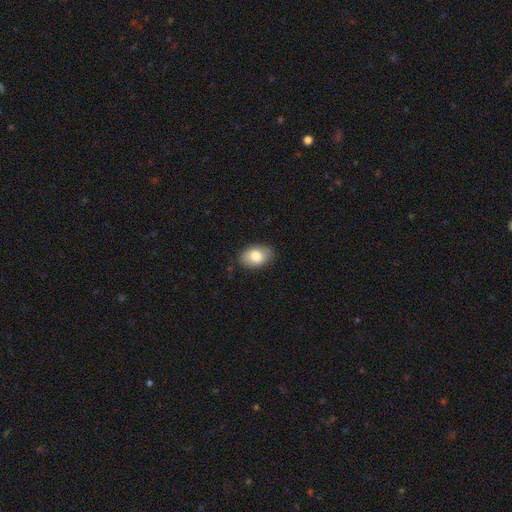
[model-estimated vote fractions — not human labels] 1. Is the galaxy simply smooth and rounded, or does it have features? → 81% smooth, 12% featured or disk, 7% star or artifact.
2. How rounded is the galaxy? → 85% in between, 14% round, 1% cigar-shaped.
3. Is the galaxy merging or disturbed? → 85% none, 12% minor disturbance, 2% major disturbance, 1% merger.